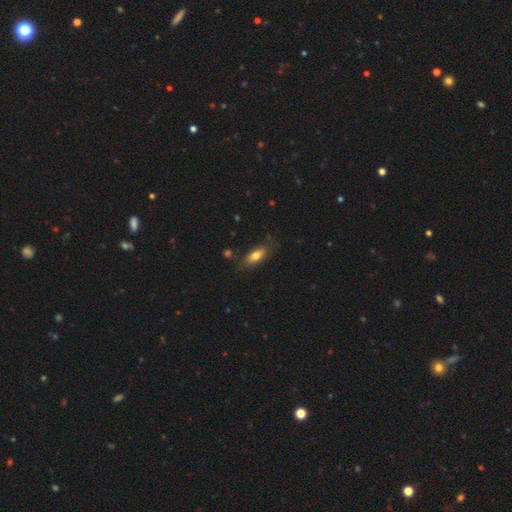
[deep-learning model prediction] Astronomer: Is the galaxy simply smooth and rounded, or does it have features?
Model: smooth — 75%.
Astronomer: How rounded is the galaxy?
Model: in between — 78%.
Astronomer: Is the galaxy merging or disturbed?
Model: none — 75%.